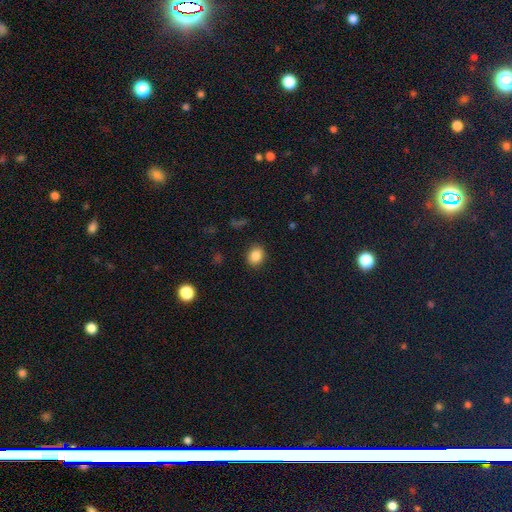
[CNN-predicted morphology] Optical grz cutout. It shows a smooth galaxy with no disk features (85%) that is round (58%). Merging: none (89%).